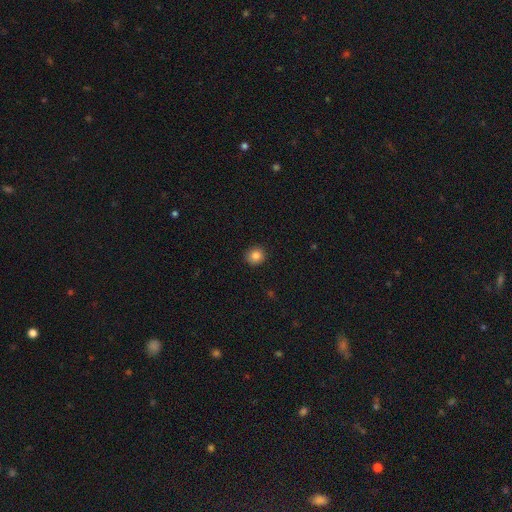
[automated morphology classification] Q: Smooth or featured?
A: smooth (85%); runner-up: star or artifact (11%)
Q: How rounded?
A: round (88%); runner-up: in between (11%)
Q: Merging?
A: none (90%); runner-up: minor disturbance (7%)